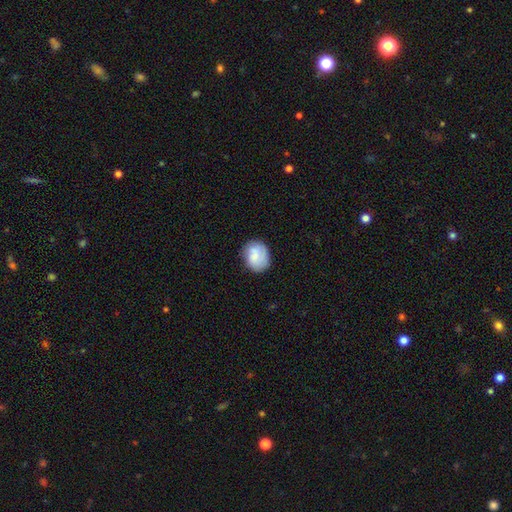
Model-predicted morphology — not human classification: smooth 75%, featured or disk 18%, star or artifact 7%. Down the decision tree: how rounded — round (60%); merging — none (70%).